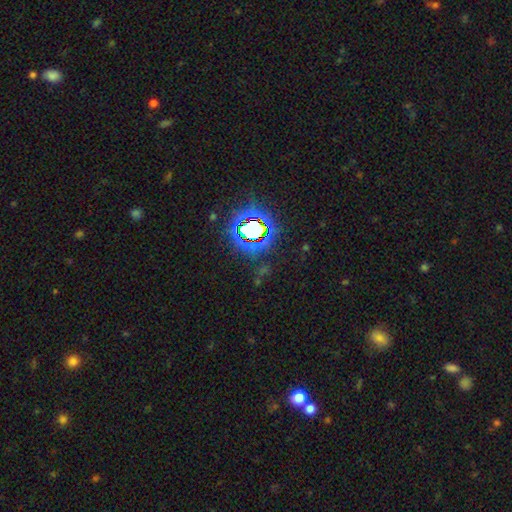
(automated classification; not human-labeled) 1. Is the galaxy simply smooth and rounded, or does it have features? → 80% star or artifact, 12% smooth, 8% featured or disk.